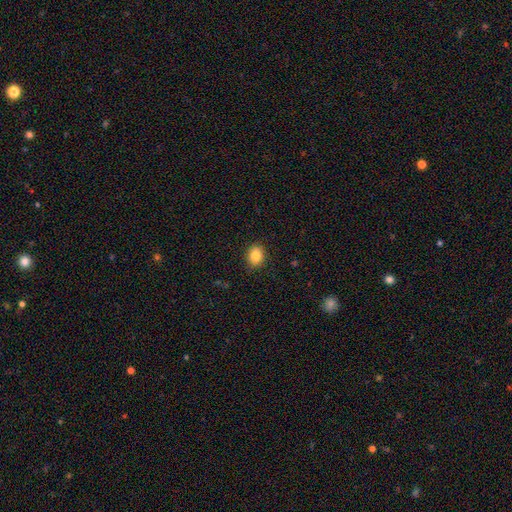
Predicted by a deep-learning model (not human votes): Smooth or featured: smooth — 86% (star or artifact — 9%)
How rounded: in between — 62% (round — 37%)
Merging: none — 88% (minor disturbance — 9%)